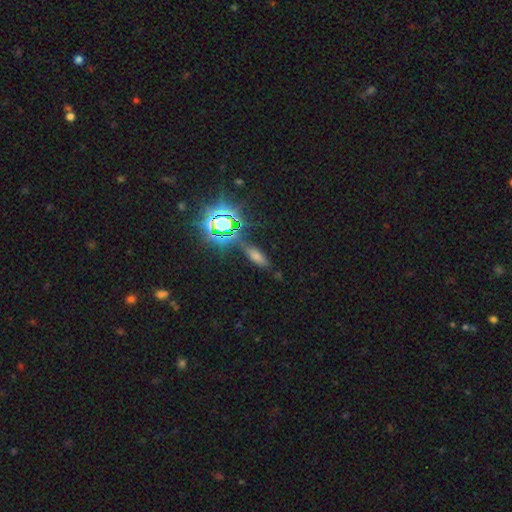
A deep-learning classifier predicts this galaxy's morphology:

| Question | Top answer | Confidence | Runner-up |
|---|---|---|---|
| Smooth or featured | smooth | 43% | star or artifact (40%) |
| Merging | none | 76% | minor disturbance (14%) |